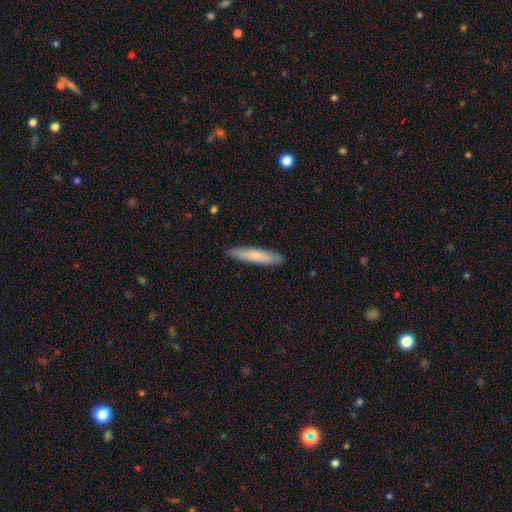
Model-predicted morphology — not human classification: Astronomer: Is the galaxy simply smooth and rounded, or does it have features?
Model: smooth — 75%.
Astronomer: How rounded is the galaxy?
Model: cigar-shaped — 89%.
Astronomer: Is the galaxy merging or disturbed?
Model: none — 91%.